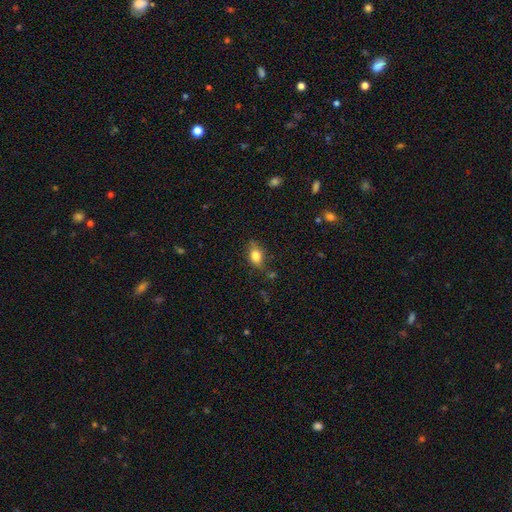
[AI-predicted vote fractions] smooth 79%, featured or disk 12%, star or artifact 9%. Down the decision tree: how rounded — in between (80%); merging — none (72%).